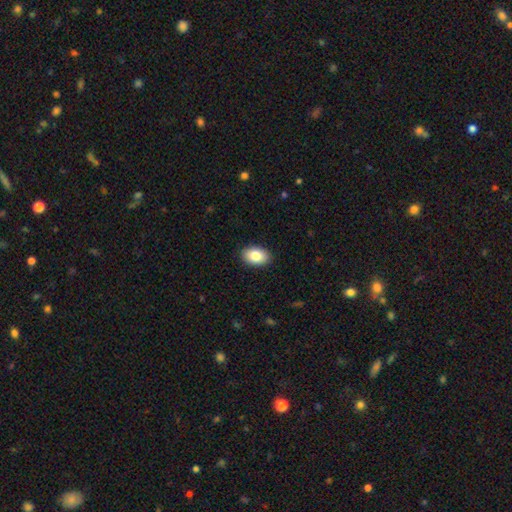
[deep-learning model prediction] Q: Smooth or featured?
A: smooth (85%); runner-up: featured or disk (8%)
Q: How rounded?
A: in between (90%); runner-up: round (9%)
Q: Merging?
A: none (90%); runner-up: minor disturbance (7%)